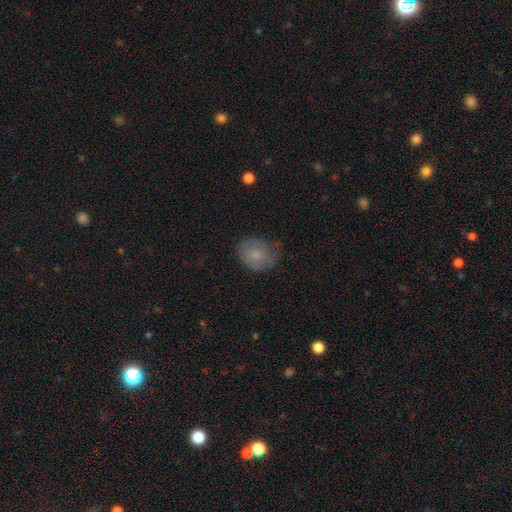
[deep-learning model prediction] Smooth or featured? Predicted: smooth (p=0.69). How rounded? Predicted: in between (p=0.51). Merging? Predicted: none (p=0.54).